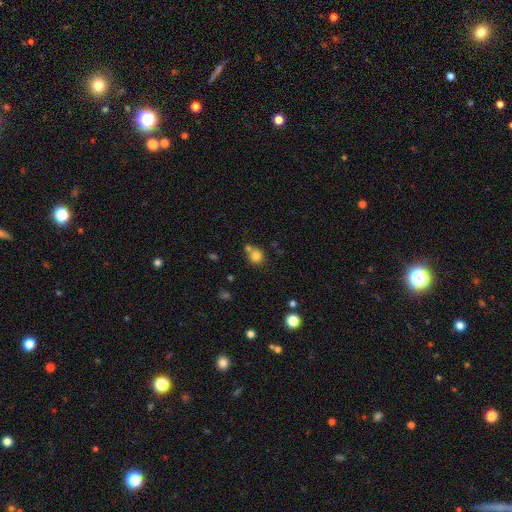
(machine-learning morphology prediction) A smooth galaxy with no disk features (80%) that is round (84%). Merging: none (54%).